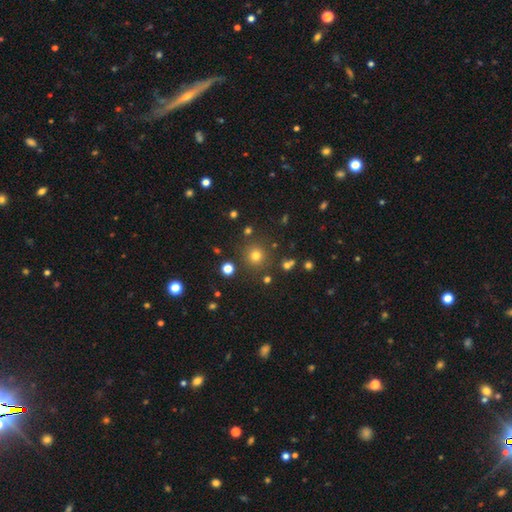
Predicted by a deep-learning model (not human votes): Smooth or featured? smooth (74%)
How rounded? round (94%)
Merging? none (85%)